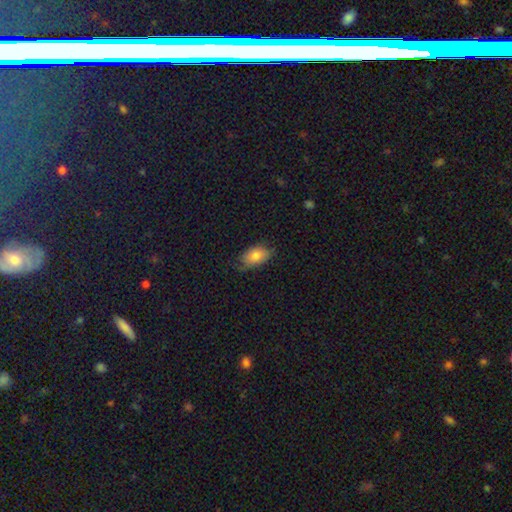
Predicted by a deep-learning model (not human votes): Smooth or featured?
  - smooth: 77% *
  - featured or disk: 15%
  - star or artifact: 8%
How rounded?
  - in between: 89% *
  - round: 9%
  - cigar-shaped: 2%
Merging?
  - none: 58% *
  - minor disturbance: 31%
  - major disturbance: 9%
  - merger: 1%